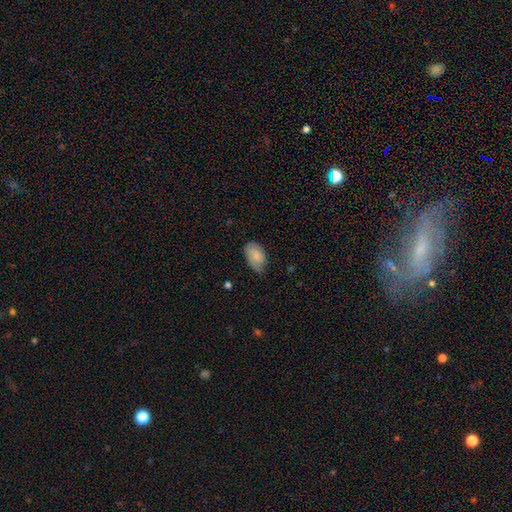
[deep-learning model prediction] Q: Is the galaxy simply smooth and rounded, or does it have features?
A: smooth — 78%.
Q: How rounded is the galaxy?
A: in between — 92%.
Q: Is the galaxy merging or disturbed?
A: none — 63%.